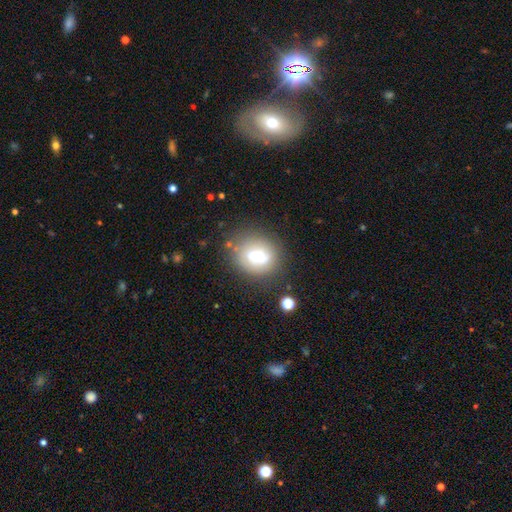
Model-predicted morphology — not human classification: The model was most divided on "smooth or featured": smooth: 47%, featured or disk: 43%, star or artifact: 11%. More confident: merging — none (68%).